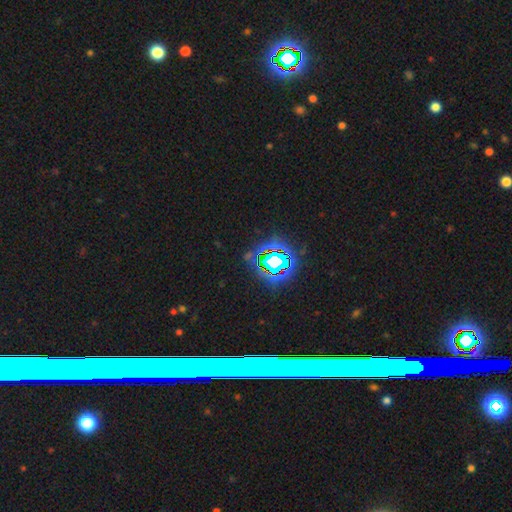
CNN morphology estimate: This appears to be a star or artifact, not a galaxy (70%).